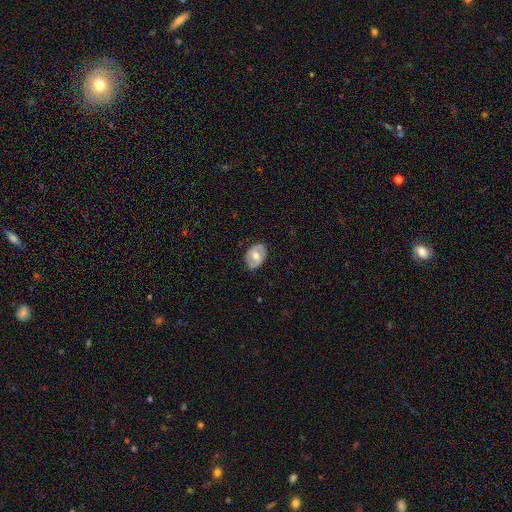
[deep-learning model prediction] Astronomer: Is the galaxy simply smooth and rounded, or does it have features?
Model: featured or disk — 48% (runner-up: smooth, 46%).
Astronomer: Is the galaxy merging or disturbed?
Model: none — 81%.